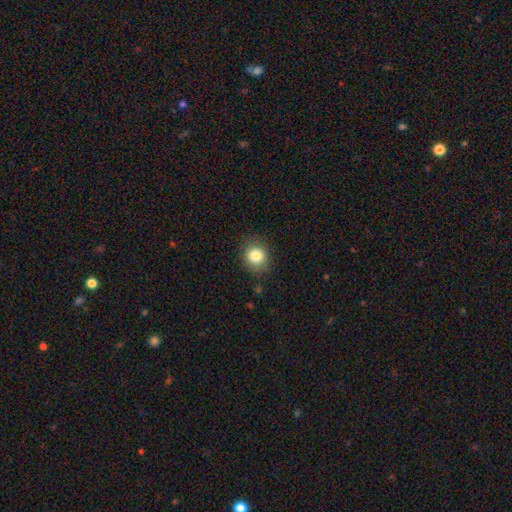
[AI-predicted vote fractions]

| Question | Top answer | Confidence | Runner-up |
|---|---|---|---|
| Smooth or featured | smooth | 83% | star or artifact (11%) |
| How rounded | round | 78% | in between (21%) |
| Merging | none | 84% | minor disturbance (12%) |